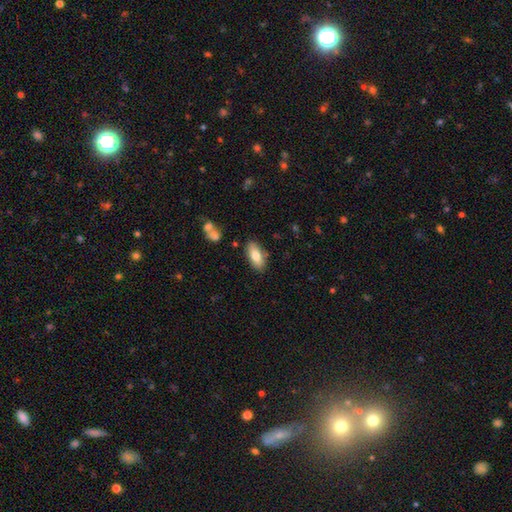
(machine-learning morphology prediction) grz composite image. It shows a smooth galaxy with no disk features (78%) that is in between round and cigar-shaped (84%). Merging: none (83%).